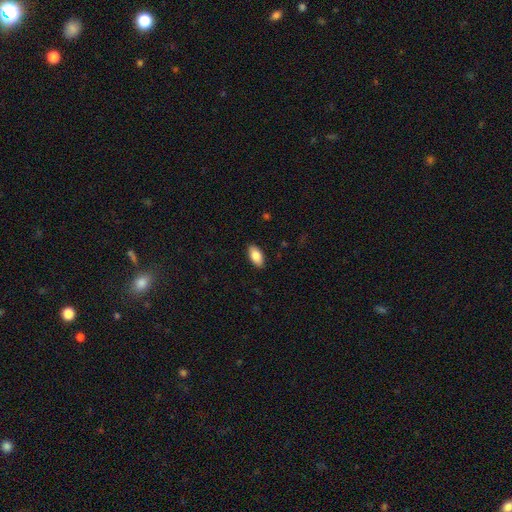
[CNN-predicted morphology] Smooth or featured?
  - smooth: 84% *
  - featured or disk: 9%
  - star or artifact: 7%
How rounded?
  - in between: 93% *
  - cigar-shaped: 4%
  - round: 3%
Merging?
  - none: 89% *
  - minor disturbance: 8%
  - major disturbance: 2%
  - merger: 1%